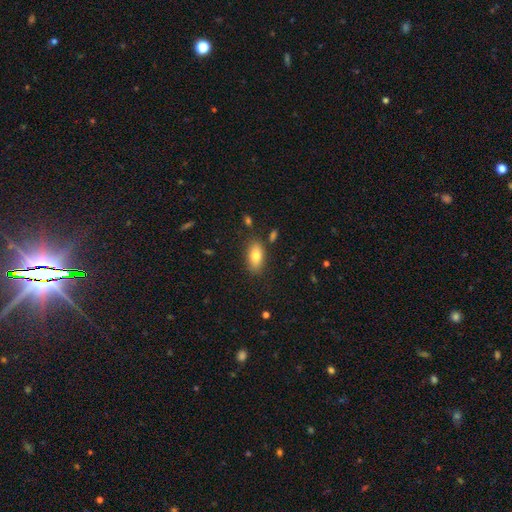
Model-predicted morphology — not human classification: A smooth galaxy with no disk features (78%) that is in between round and cigar-shaped (89%). Merging: none (81%).